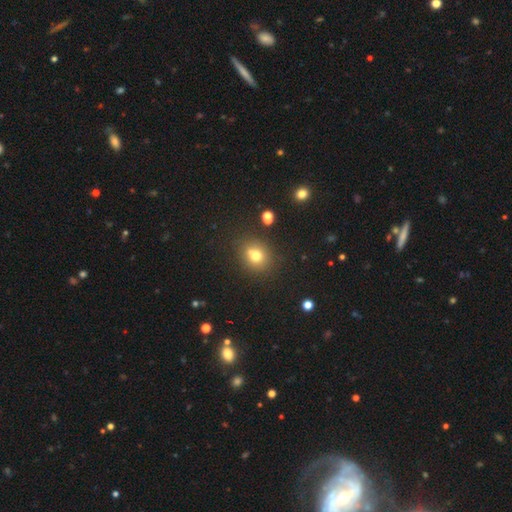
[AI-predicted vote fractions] smooth 72%, star or artifact 16%, featured or disk 12%. Down the decision tree: how rounded — round (77%); merging — none (66%).